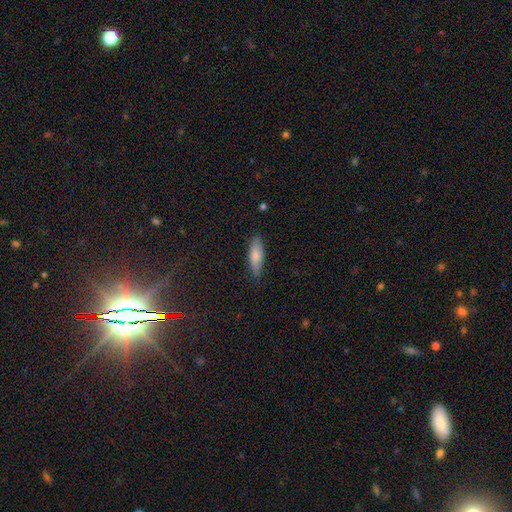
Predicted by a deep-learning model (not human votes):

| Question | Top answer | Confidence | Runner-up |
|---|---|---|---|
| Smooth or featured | smooth | 78% | featured or disk (16%) |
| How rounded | in between | 56% | cigar-shaped (42%) |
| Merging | none | 78% | minor disturbance (18%) |